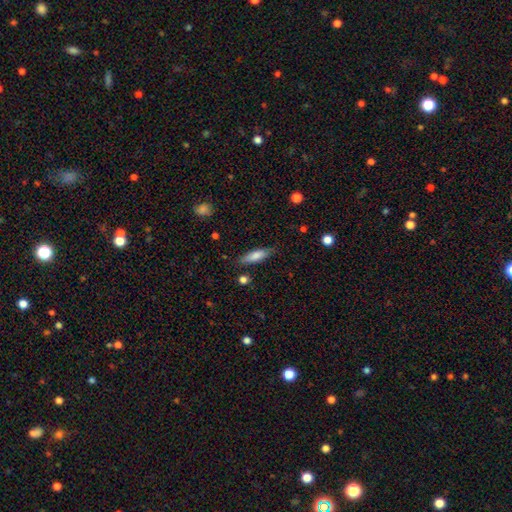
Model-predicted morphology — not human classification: A smooth galaxy with no disk features (76%) that is cigar-shaped (61%). Merging: none (81%).